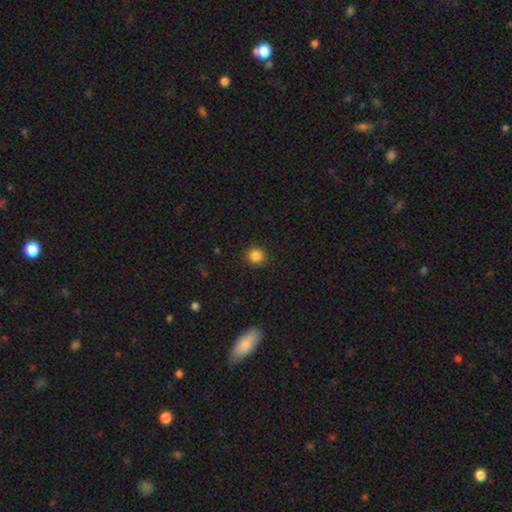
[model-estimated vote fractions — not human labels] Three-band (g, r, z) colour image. It shows a smooth galaxy with no disk features (85%) that is round (91%). Merging: none (90%).